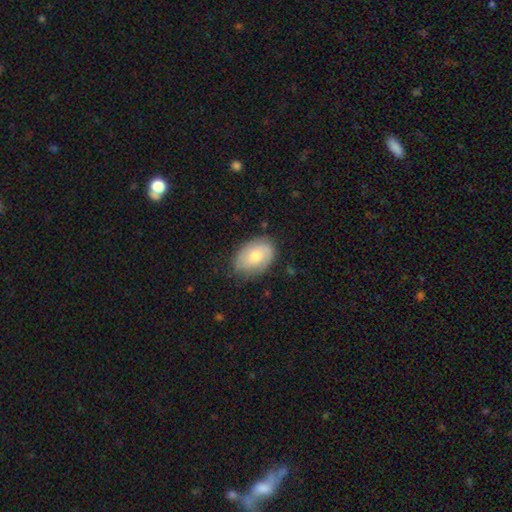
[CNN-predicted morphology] Smooth or featured?
  - smooth: 66% *
  - featured or disk: 27%
  - star or artifact: 7%
How rounded?
  - in between: 84% *
  - round: 15%
  - cigar-shaped: 1%
Merging?
  - none: 73% *
  - minor disturbance: 21%
  - major disturbance: 5%
  - merger: 1%